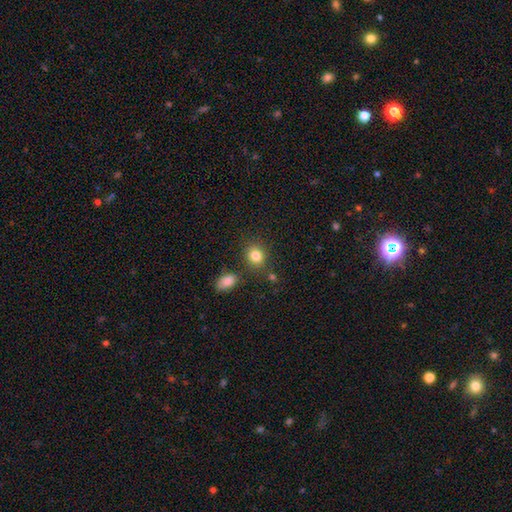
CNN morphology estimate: A smooth galaxy with no disk features (84%) that is round (70%).

Vote fractions:
- Smooth or featured? smooth: 84% / star or artifact: 11% / featured or disk: 6%
- How rounded? round: 70% / in between: 29% / cigar-shaped: 1%
- Merging? none: 78% / minor disturbance: 11% / merger: 7% / major disturbance: 4%